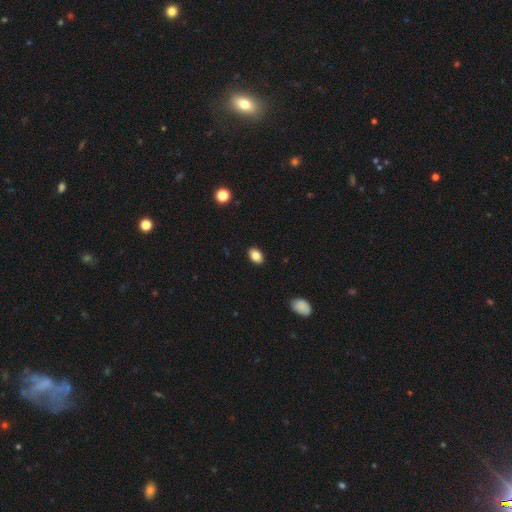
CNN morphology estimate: type=smooth (85%); roundness=in between (85%); merging=none (90%).